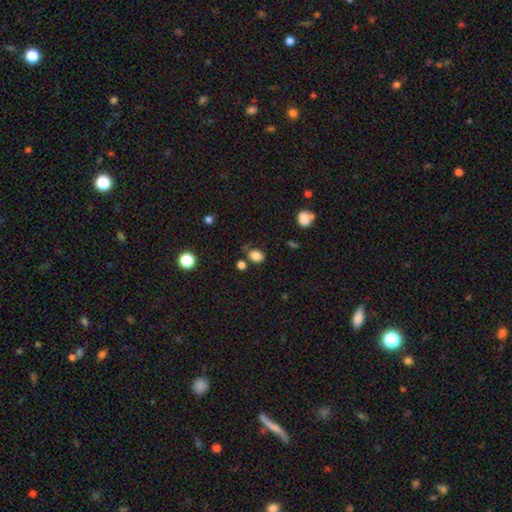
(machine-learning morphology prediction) The model was most divided on "how rounded": in between: 57%, round: 42%, cigar-shaped: 1%. More confident: smooth or featured — smooth (83%); merging — none (71%).